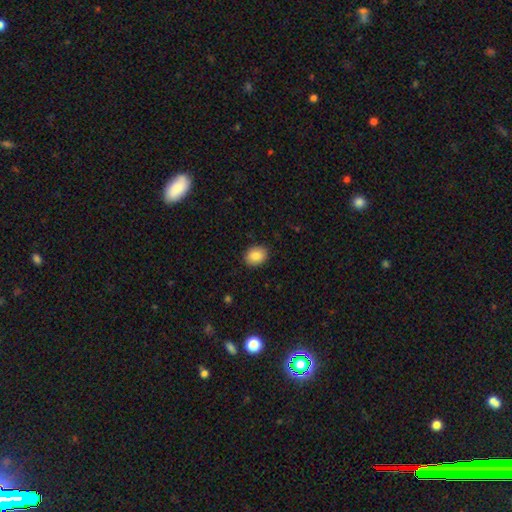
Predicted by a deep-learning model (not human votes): Smooth or featured: smooth — 86% (star or artifact — 8%)
How rounded: round — 53% (in between — 46%)
Merging: none — 90% (minor disturbance — 7%)